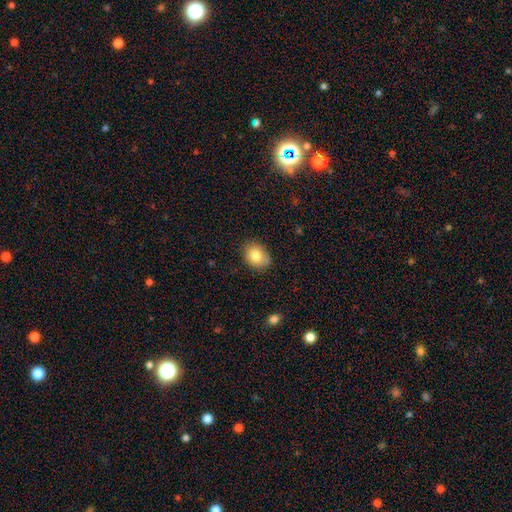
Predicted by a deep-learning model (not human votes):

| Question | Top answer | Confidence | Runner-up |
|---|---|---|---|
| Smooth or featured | smooth | 81% | featured or disk (10%) |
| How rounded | in between | 58% | round (41%) |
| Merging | none | 78% | minor disturbance (17%) |